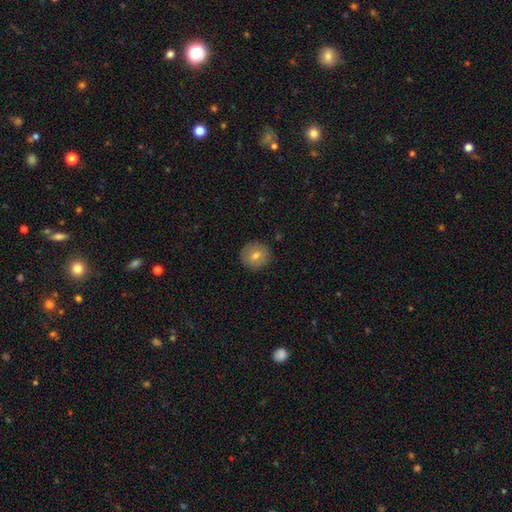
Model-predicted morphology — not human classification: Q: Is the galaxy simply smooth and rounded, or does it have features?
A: smooth — 70%.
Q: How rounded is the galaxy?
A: round — 91%.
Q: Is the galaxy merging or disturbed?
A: none — 90%.